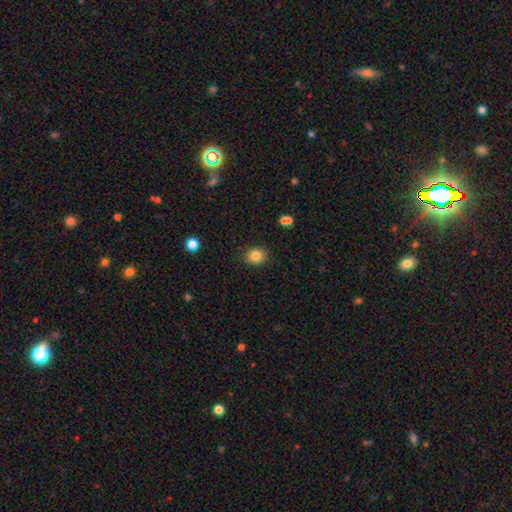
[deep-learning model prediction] A smooth galaxy with no disk features (84%) that is round (66%).

Vote fractions:
- Smooth or featured? smooth: 84% / star or artifact: 10% / featured or disk: 6%
- How rounded? round: 66% / in between: 34% / cigar-shaped: 1%
- Merging? none: 88% / minor disturbance: 8% / major disturbance: 2% / merger: 1%